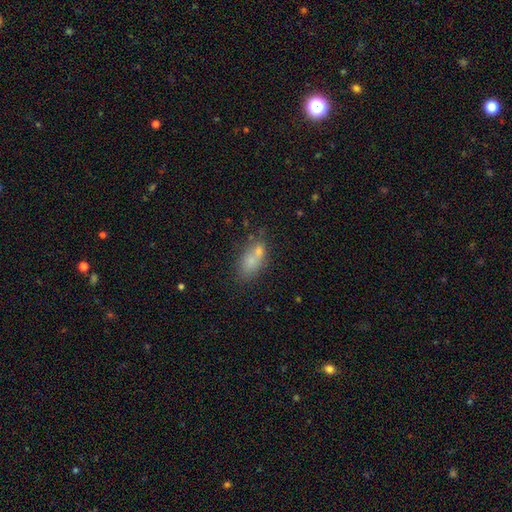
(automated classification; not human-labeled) The model was most divided on "merging": none: 43%, merger: 38%, minor disturbance: 13%, major disturbance: 6%. More confident: how rounded — in between (75%); smooth or featured — smooth (65%).